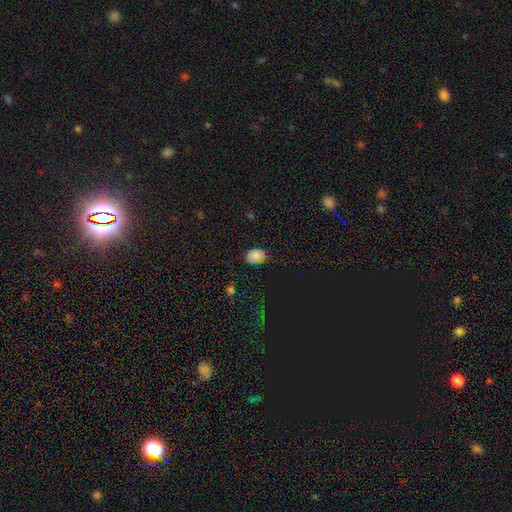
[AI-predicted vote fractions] Q: Smooth or featured?
A: smooth (78%); runner-up: star or artifact (16%)
Q: How rounded?
A: in between (76%); runner-up: round (23%)
Q: Merging?
A: none (71%); runner-up: minor disturbance (24%)